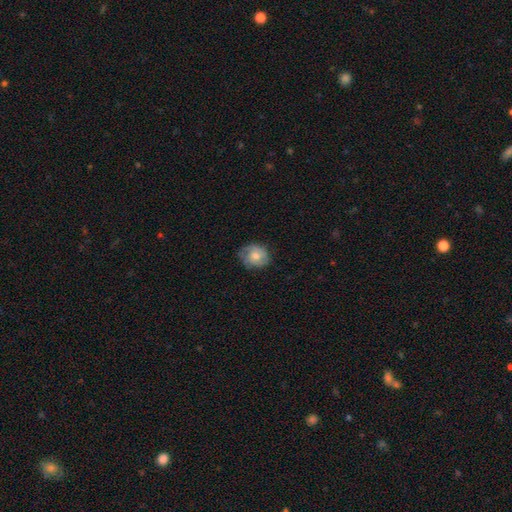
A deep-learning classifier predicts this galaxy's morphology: Smooth or featured? smooth (55%)
How rounded? round (62%)
Merging? none (64%)